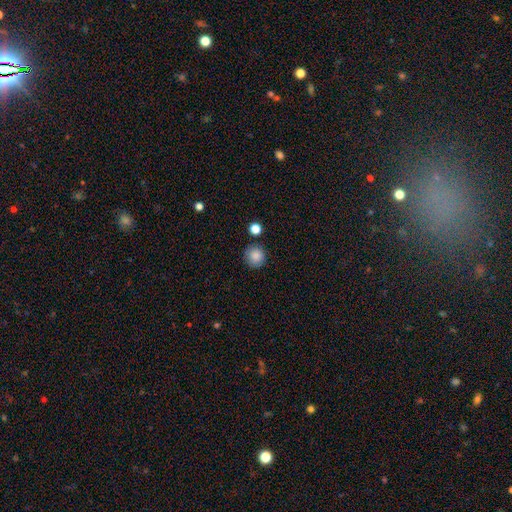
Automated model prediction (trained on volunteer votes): Q: Smooth or featured?
A: smooth (86%); runner-up: star or artifact (9%)
Q: How rounded?
A: round (92%); runner-up: in between (7%)
Q: Merging?
A: none (85%); runner-up: minor disturbance (9%)